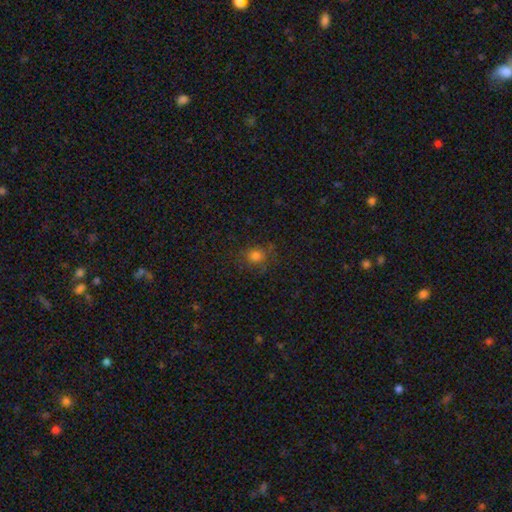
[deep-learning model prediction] The model was most divided on "smooth or featured": smooth: 76%, star or artifact: 17%, featured or disk: 7%. More confident: how rounded — round (81%); merging — none (77%).